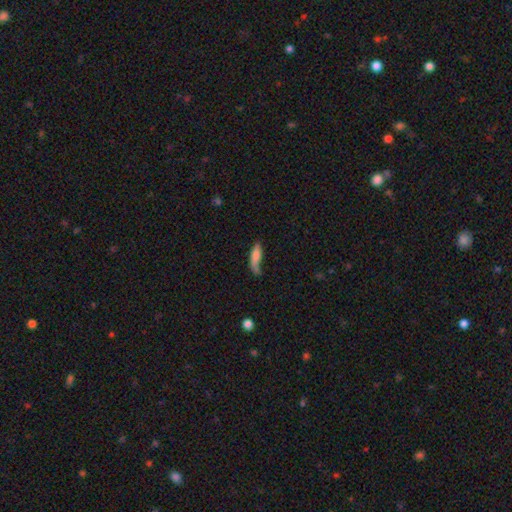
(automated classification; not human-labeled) smooth_or_featured: smooth (p=0.70) [alt: featured or disk p=0.22]
how_rounded: cigar-shaped (p=0.57) [alt: in between p=0.41]
merging: none (p=0.42) [alt: minor disturbance p=0.30]